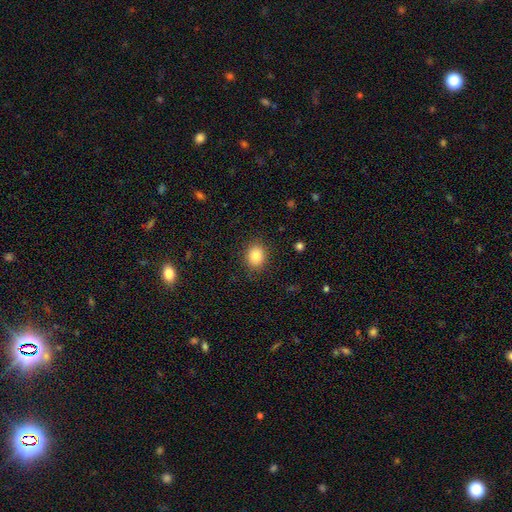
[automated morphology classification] Smooth or featured: smooth — 84% (star or artifact — 10%)
How rounded: round — 62% (in between — 38%)
Merging: none — 88% (minor disturbance — 9%)